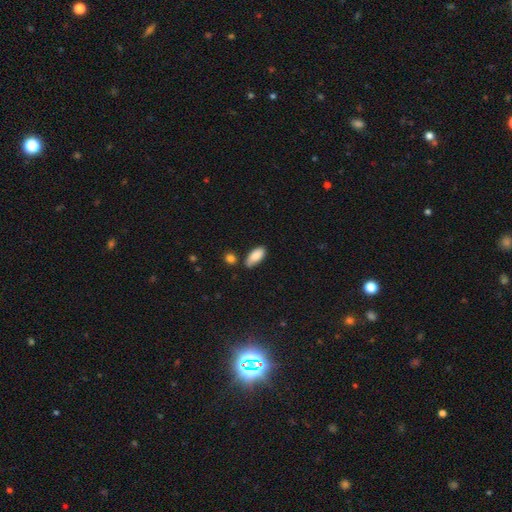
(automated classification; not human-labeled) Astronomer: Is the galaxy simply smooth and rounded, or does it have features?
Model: smooth — 87%.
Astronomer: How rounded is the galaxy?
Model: in between — 89%.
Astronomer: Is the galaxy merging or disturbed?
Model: none — 69%.